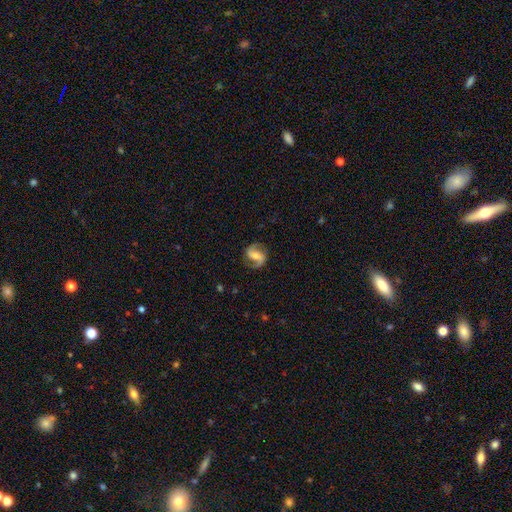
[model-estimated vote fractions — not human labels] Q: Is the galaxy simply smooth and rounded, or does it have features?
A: featured or disk — 82%.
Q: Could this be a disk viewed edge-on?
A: no — 97%.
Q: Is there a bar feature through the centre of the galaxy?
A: weak — 41%.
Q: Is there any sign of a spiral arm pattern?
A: yes — 95%.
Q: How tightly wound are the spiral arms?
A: medium — 48%.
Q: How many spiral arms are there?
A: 2 — 90%.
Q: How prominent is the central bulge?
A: moderate — 46%.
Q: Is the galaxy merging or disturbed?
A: none — 80%.